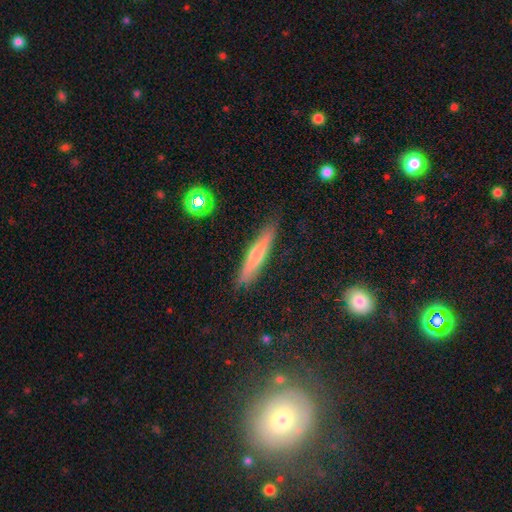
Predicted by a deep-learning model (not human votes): Smooth or featured? Predicted: featured or disk (p=0.46). Merging? Predicted: none (p=0.87).